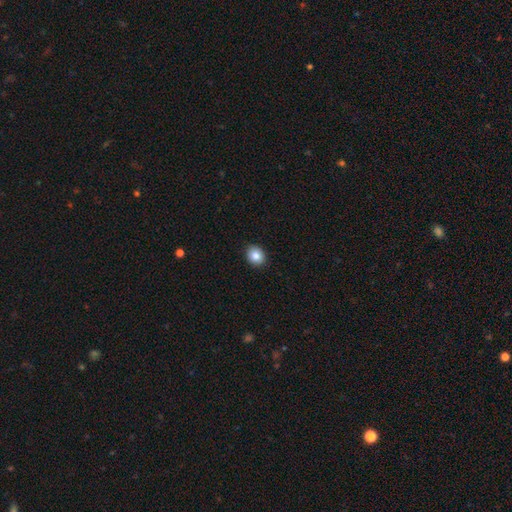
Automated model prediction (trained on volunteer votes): A smooth galaxy with no disk features (86%) that is round (65%). Merging: none (91%).